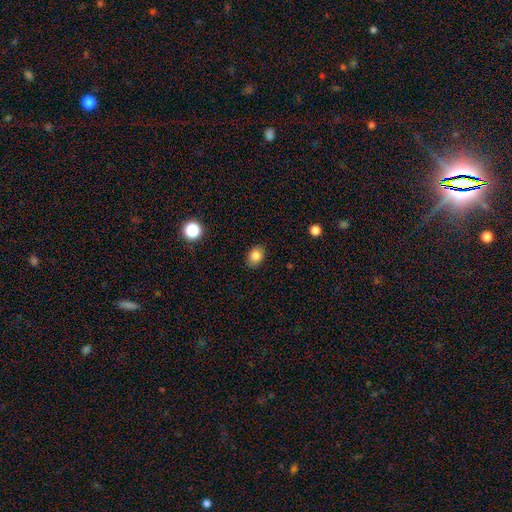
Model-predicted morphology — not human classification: smooth_or_featured: smooth (p=0.83) [alt: star or artifact p=0.10]
how_rounded: in between (p=0.72) [alt: round p=0.27]
merging: none (p=0.86) [alt: minor disturbance p=0.10]